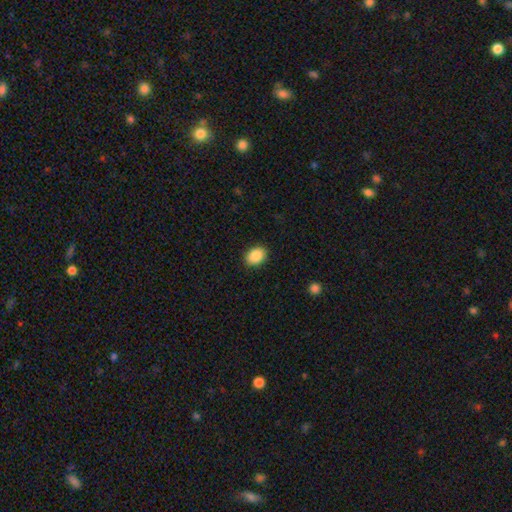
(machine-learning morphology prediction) Overall: smooth (89%). How rounded: in between (69%; round 30%). Merging: none (89%).